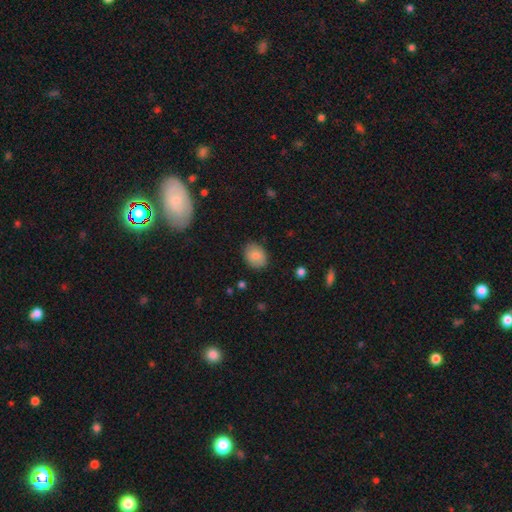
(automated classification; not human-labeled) Smooth or featured?
  - smooth: 83% *
  - featured or disk: 9%
  - star or artifact: 8%
How rounded?
  - in between: 56% *
  - round: 43%
  - cigar-shaped: 1%
Merging?
  - none: 85% *
  - minor disturbance: 11%
  - major disturbance: 3%
  - merger: 1%